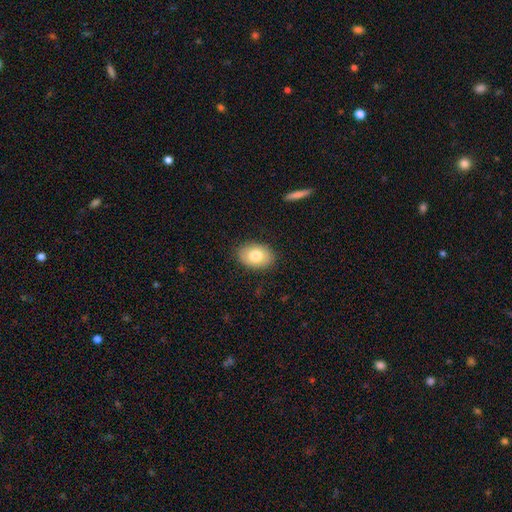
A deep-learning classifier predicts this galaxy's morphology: Overall: smooth (80%). How rounded: in between (83%). Merging: none (88%).